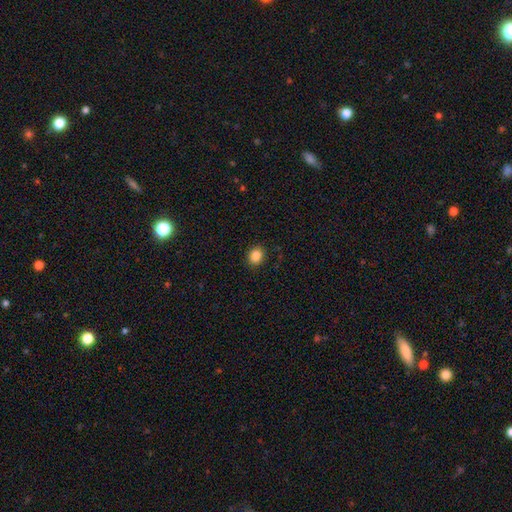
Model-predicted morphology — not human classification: Smooth or featured? Predicted: smooth (p=0.87). How rounded? Predicted: round (p=0.63). Merging? Predicted: none (p=0.89).